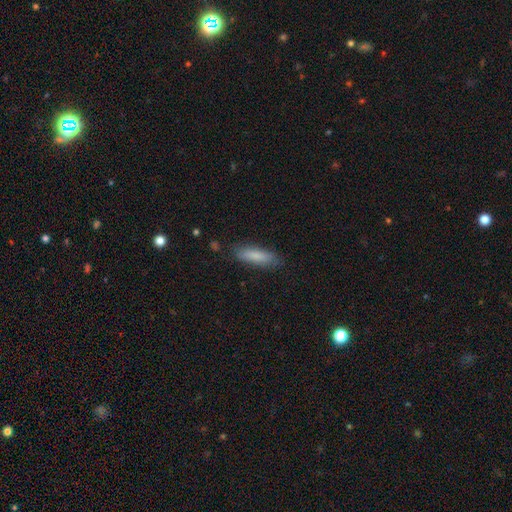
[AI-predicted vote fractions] This appears to be a smooth galaxy with no disk features (82%) that is cigar-shaped (57%). Merging: none (81%).